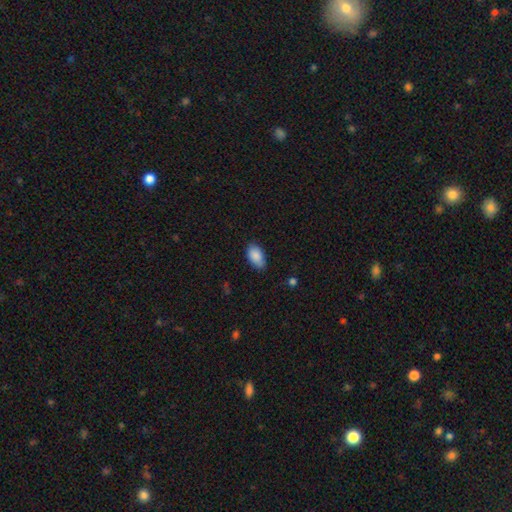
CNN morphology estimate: Smooth or featured? Predicted: smooth (p=0.88). How rounded? Predicted: in between (p=0.94). Merging? Predicted: none (p=0.74).